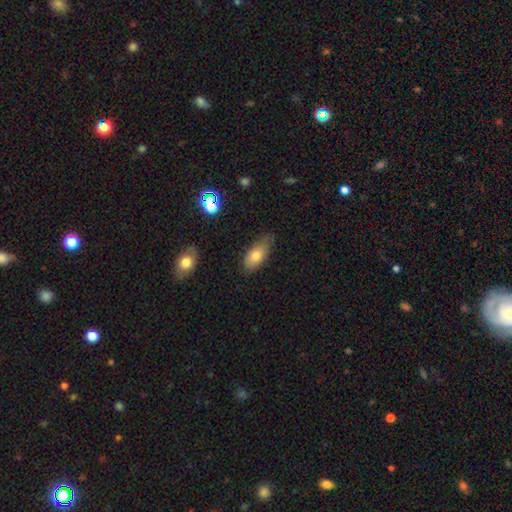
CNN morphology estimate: type=smooth (75%); roundness=in between (88%); merging=none (63%).